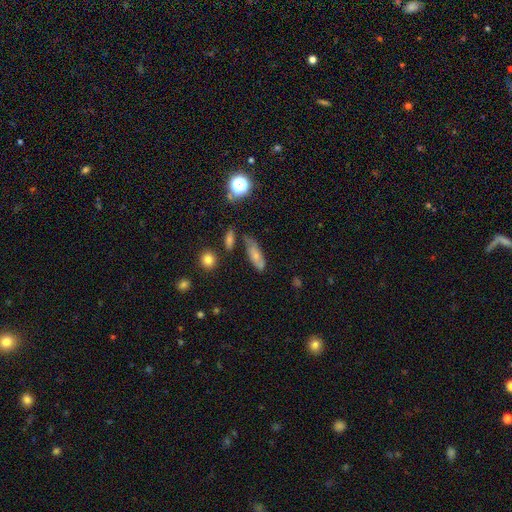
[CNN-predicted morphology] This appears to be a smooth galaxy with no disk features (62%) that is in between round and cigar-shaped (67%). Merging: none (53%).